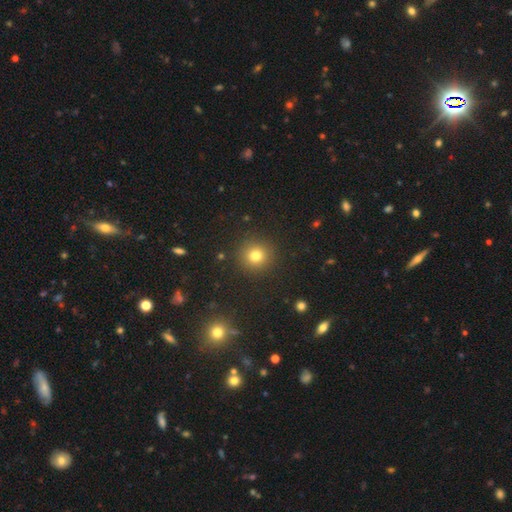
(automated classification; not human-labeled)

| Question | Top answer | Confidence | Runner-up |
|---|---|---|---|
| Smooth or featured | smooth | 78% | star or artifact (16%) |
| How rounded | round | 93% | in between (6%) |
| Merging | none | 90% | minor disturbance (6%) |